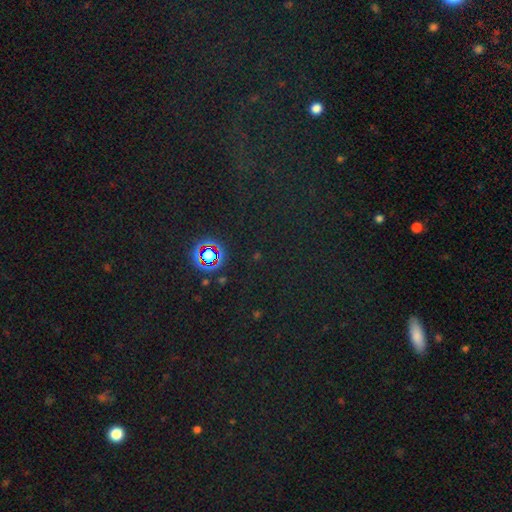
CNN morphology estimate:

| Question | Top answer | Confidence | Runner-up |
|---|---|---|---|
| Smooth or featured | star or artifact | 73% | smooth (18%) |